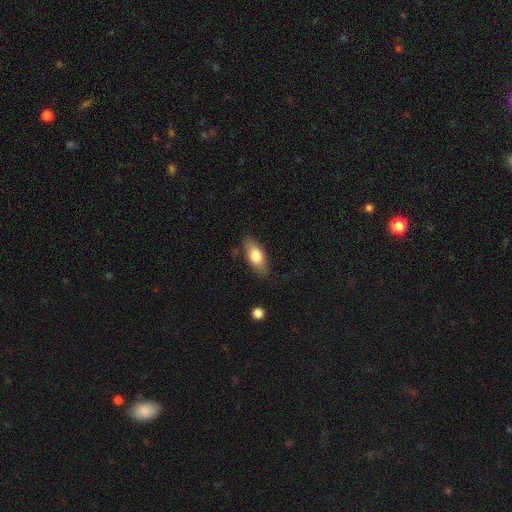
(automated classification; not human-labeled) Smooth or featured: smooth — 72% (featured or disk — 21%)
How rounded: in between — 79% (cigar-shaped — 18%)
Merging: none — 81% (minor disturbance — 14%)